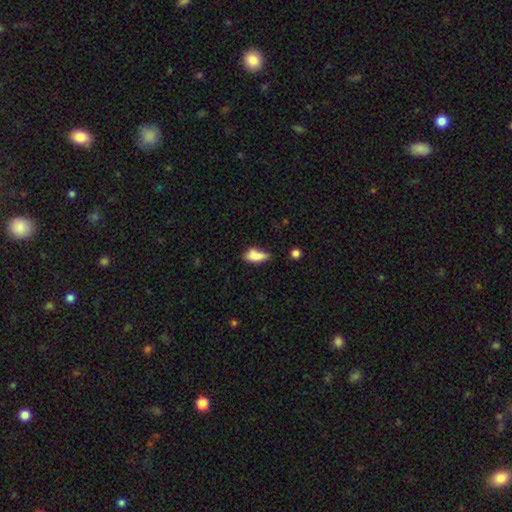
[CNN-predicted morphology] Overall: smooth (79%). How rounded: in between (77%). Merging: none (46%; minor disturbance 35%).